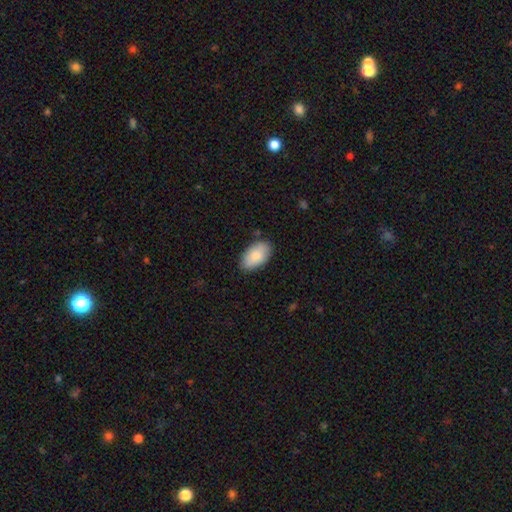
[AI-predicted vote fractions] smooth-or-featured: smooth: 86% | featured or disk: 8% | star or artifact: 6%
  how-rounded: in between: 95% | round: 4% | cigar-shaped: 1%
  merging: none: 84% | minor disturbance: 12% | major disturbance: 2% | merger: 1%